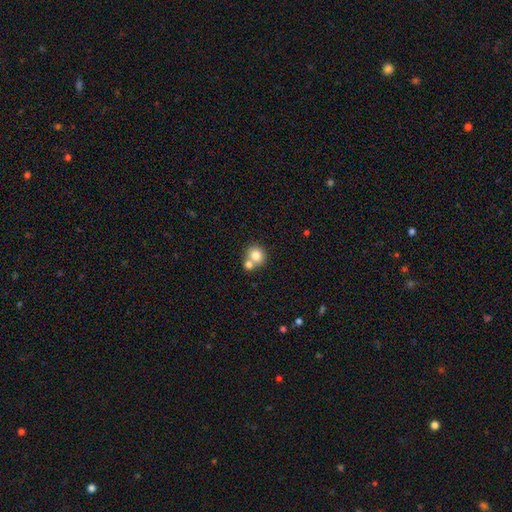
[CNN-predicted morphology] smooth 78%, featured or disk 12%, star or artifact 10%. Down the decision tree: how rounded — round (83%); merging — none (46%).